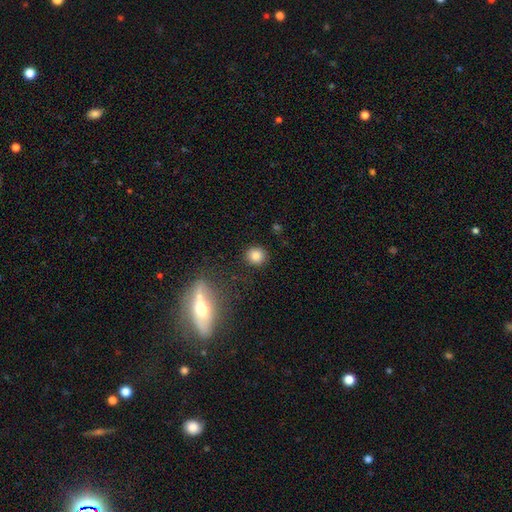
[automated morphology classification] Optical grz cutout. It shows a smooth galaxy with no disk features (84%) that is round (87%). Merging: none (88%).